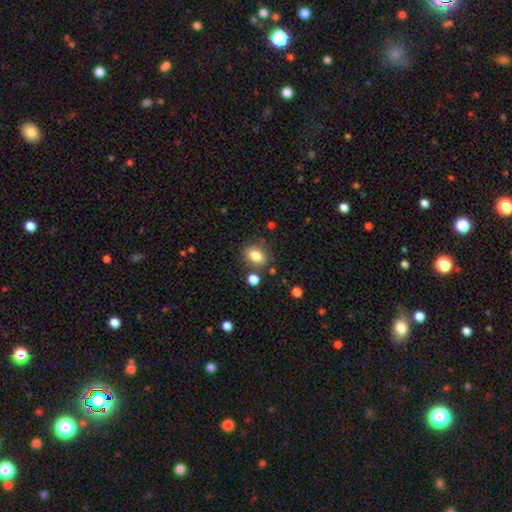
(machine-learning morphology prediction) The model was most divided on "how rounded": in between: 74%, round: 24%, cigar-shaped: 2%. More confident: smooth or featured — smooth (82%); merging — none (77%).